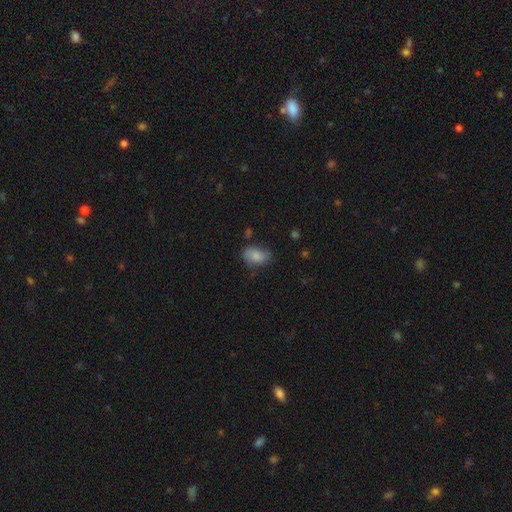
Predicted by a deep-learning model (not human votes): A smooth galaxy with no disk features (75%) that is in between round and cigar-shaped (83%). Merging: none (60%).